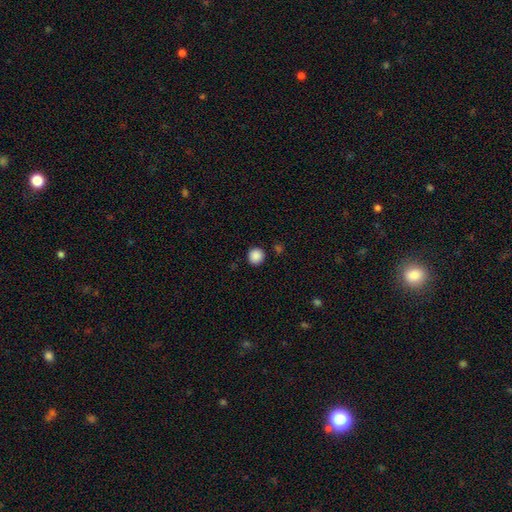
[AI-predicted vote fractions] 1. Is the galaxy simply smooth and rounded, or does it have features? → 88% smooth, 10% star or artifact, 2% featured or disk.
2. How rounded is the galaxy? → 92% round, 7% in between, 1% cigar-shaped.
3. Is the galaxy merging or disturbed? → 89% none, 6% minor disturbance, 2% merger, 2% major disturbance.